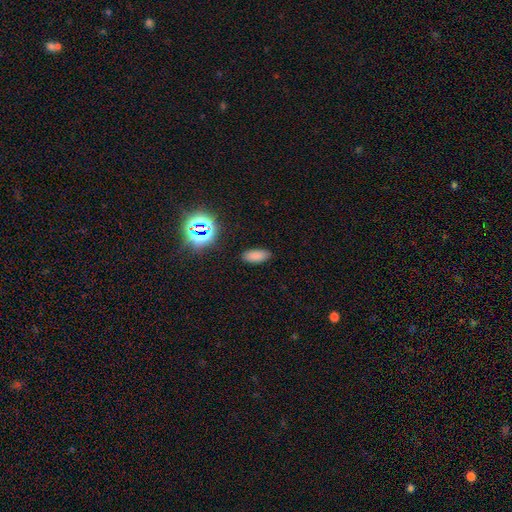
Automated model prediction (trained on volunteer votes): The model was most divided on "smooth or featured": smooth: 78%, star or artifact: 16%, featured or disk: 6%. More confident: merging — none (87%); how rounded — in between (85%).